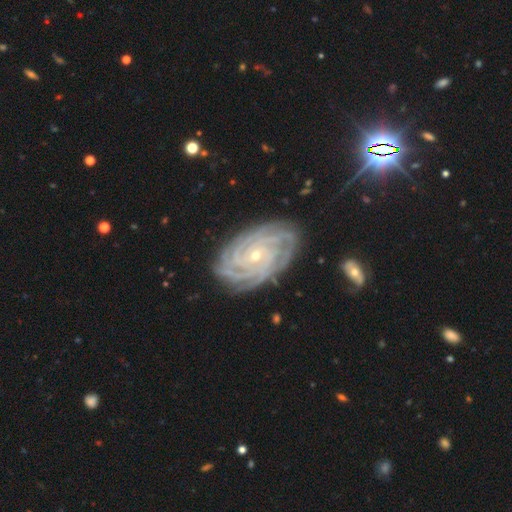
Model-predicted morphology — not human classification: featured or disk 91%, star or artifact 5%, smooth 4%. Down the decision tree: edge-on disk — no (97%); bar — no (69%); spiral arms — yes (99%); spiral arm count — more than 4 (30%); spiral winding — tight (84%); bulge size — small (75%); merging — none (82%).